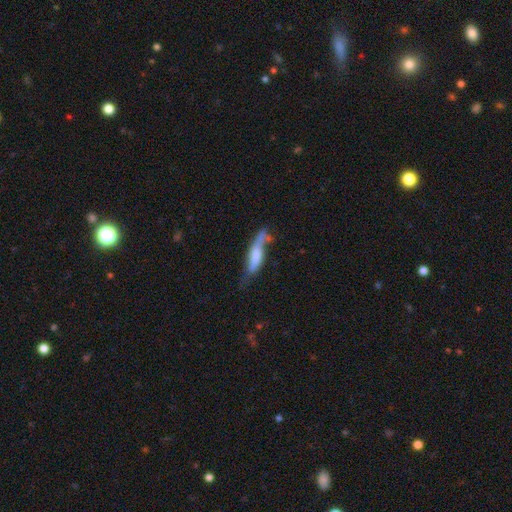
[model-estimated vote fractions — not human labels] A smooth galaxy with no disk features (53%) that is cigar-shaped (67%).

Vote fractions:
- Smooth or featured? smooth: 53% / featured or disk: 41% / star or artifact: 7%
- How rounded? cigar-shaped: 67% / in between: 31% / round: 2%
- Merging? none: 36% / minor disturbance: 31% / major disturbance: 22% / merger: 12%